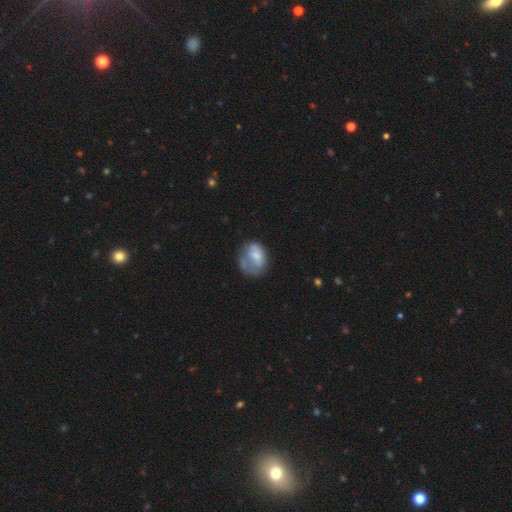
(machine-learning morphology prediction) A smooth galaxy with no disk features (56%) that is in between round and cigar-shaped (59%).

Vote fractions:
- Smooth or featured? smooth: 56% / featured or disk: 36% / star or artifact: 8%
- How rounded? in between: 59% / round: 40% / cigar-shaped: 1%
- Merging? none: 36% / minor disturbance: 29% / major disturbance: 27% / merger: 8%